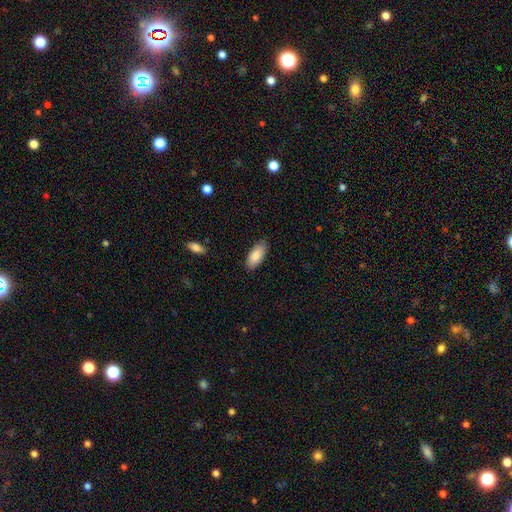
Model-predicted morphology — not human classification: A smooth galaxy with no disk features (86%) that is in between round and cigar-shaped (89%). Merging: none (86%).